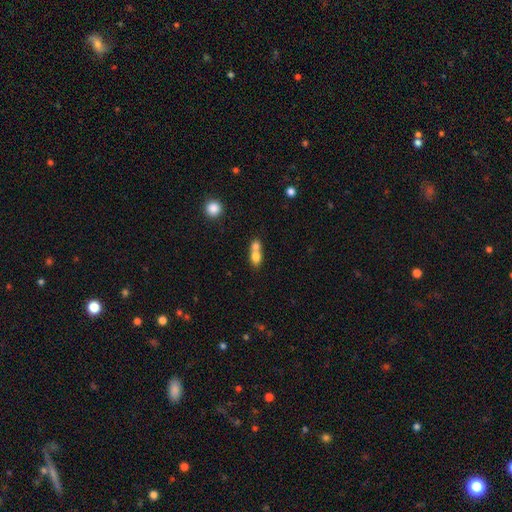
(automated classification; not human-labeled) Overall: smooth (75%). How rounded: in between (54%; round 42%). Merging: merger (67%).